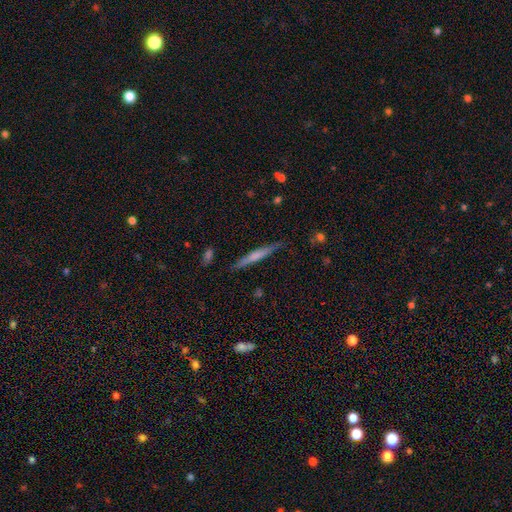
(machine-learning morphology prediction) Overall: featured or disk (47%; smooth 46%). Merging: none (84%).